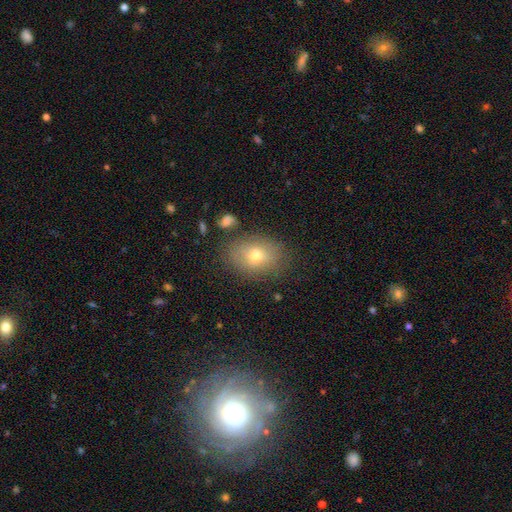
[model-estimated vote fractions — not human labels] The model was most divided on "smooth or featured": smooth: 71%, featured or disk: 18%, star or artifact: 11%. More confident: merging — none (79%); how rounded — in between (77%).